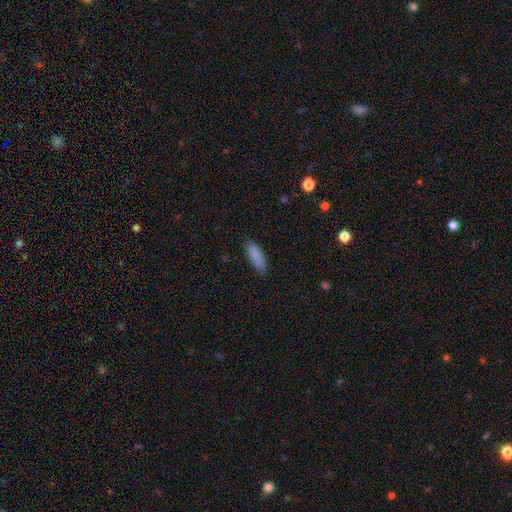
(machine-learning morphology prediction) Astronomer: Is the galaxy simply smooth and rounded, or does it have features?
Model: smooth — 87%.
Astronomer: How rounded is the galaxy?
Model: in between — 57% (runner-up: cigar-shaped, 42%).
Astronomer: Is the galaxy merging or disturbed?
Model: none — 81%.